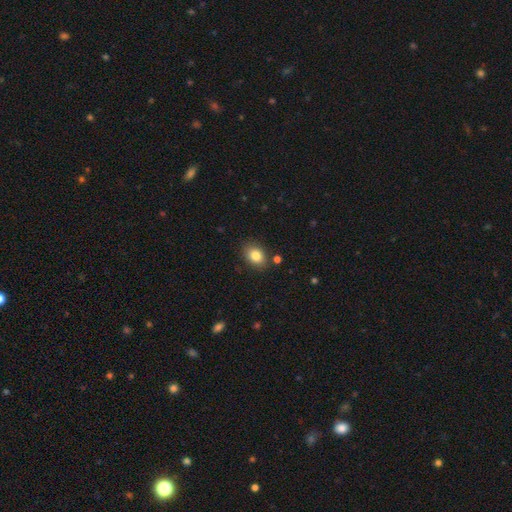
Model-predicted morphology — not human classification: Overall: smooth (83%). How rounded: in between (69%; round 30%). Merging: none (83%).